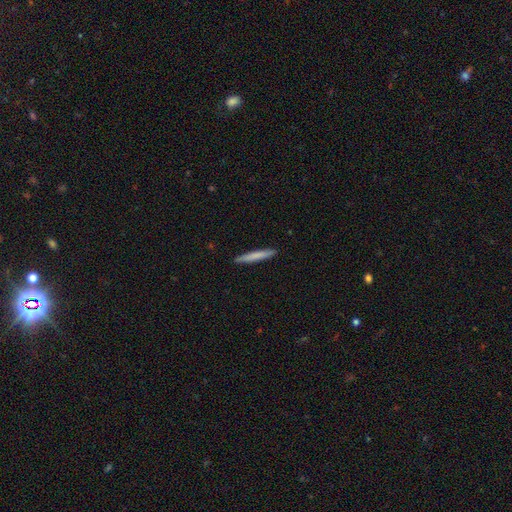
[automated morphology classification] Q: Smooth or featured?
A: smooth (74%); runner-up: featured or disk (20%)
Q: How rounded?
A: cigar-shaped (96%); runner-up: in between (3%)
Q: Merging?
A: none (91%); runner-up: minor disturbance (6%)